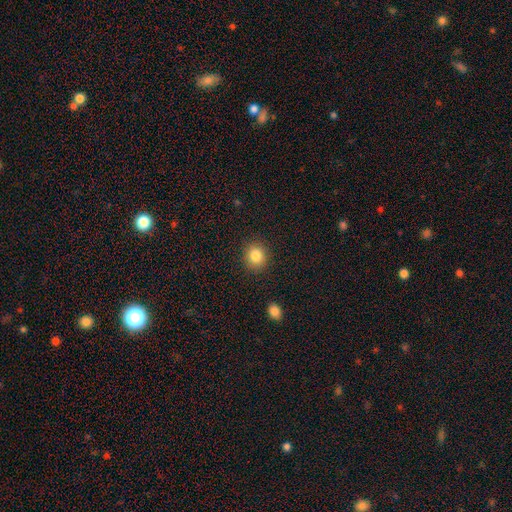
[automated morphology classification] Smooth or featured: smooth — 84% (star or artifact — 10%)
How rounded: round — 81% (in between — 18%)
Merging: none — 89% (minor disturbance — 7%)